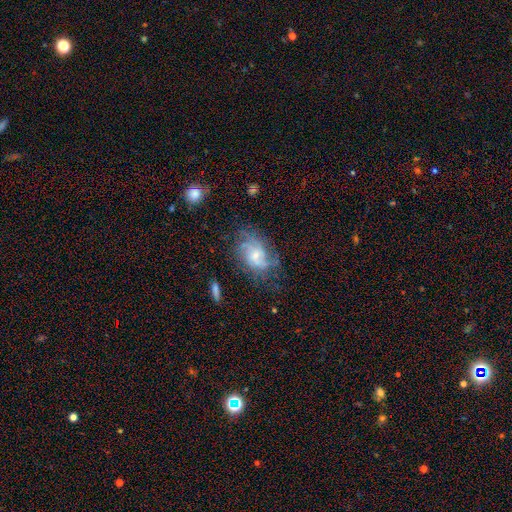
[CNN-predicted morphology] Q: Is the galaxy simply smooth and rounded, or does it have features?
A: featured or disk — 66%.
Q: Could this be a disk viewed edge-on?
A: no — 96%.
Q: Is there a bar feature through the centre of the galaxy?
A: no — 62%.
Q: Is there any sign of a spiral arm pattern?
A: yes — 83%.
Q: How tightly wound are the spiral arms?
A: medium — 41%.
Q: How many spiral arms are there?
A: can't tell — 42%.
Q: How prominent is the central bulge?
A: small — 52%.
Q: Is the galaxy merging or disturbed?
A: none — 57%.